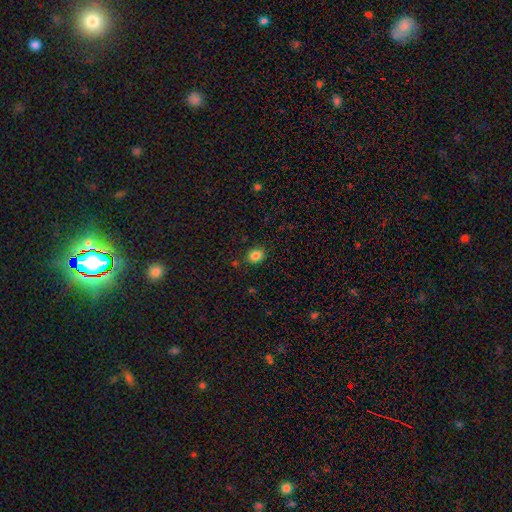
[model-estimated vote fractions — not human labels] smooth_or_featured: smooth (p=0.84) [alt: star or artifact p=0.11]
how_rounded: round (p=0.55) [alt: in between p=0.45]
merging: none (p=0.85) [alt: minor disturbance p=0.10]